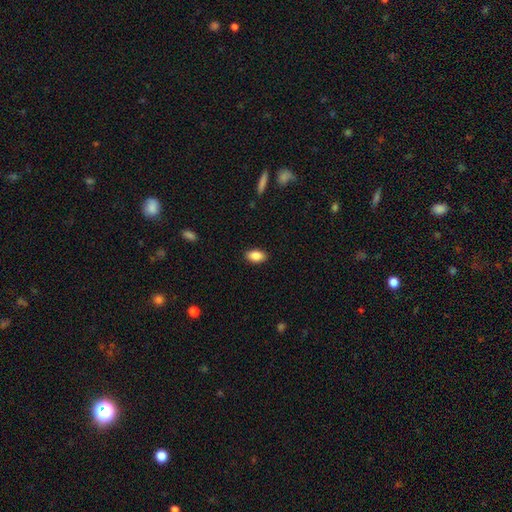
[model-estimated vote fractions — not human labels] Smooth or featured? Predicted: smooth (p=0.87). How rounded? Predicted: in between (p=0.91). Merging? Predicted: none (p=0.89).